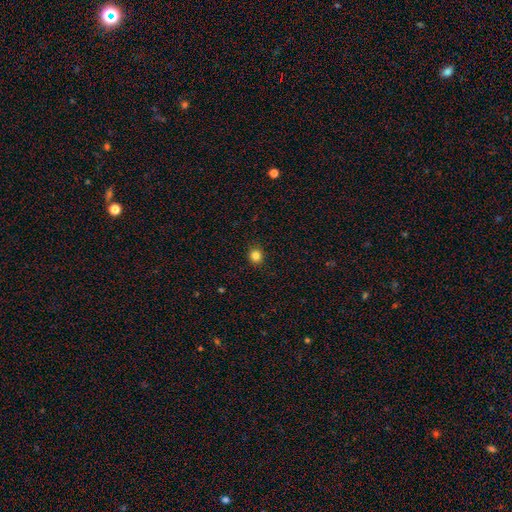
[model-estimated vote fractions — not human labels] The model was most divided on "smooth or featured": smooth: 83%, star or artifact: 13%, featured or disk: 4%. More confident: merging — none (92%); how rounded — round (88%).